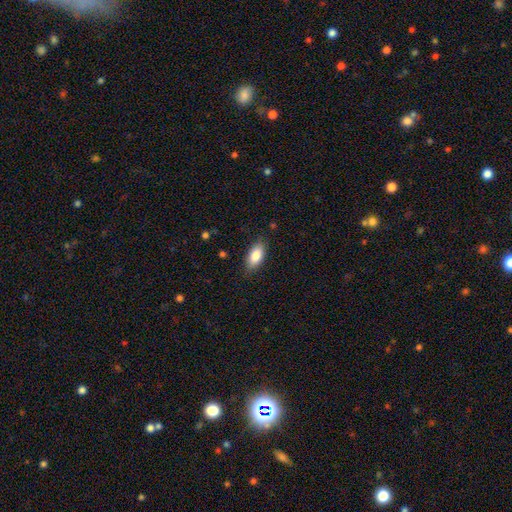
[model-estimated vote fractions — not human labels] Overall: smooth (85%). How rounded: in between (90%). Merging: none (84%).